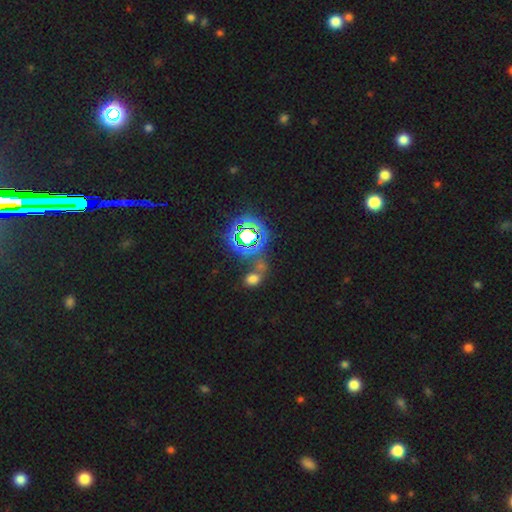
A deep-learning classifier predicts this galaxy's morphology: smooth-or-featured: star or artifact: 66% | smooth: 23% | featured or disk: 12%